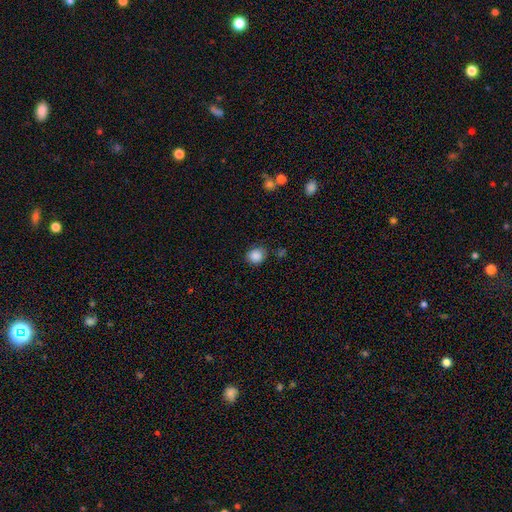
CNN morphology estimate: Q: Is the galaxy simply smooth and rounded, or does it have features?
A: smooth — 87%.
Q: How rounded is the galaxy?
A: round — 80%.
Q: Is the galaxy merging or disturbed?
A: none — 81%.